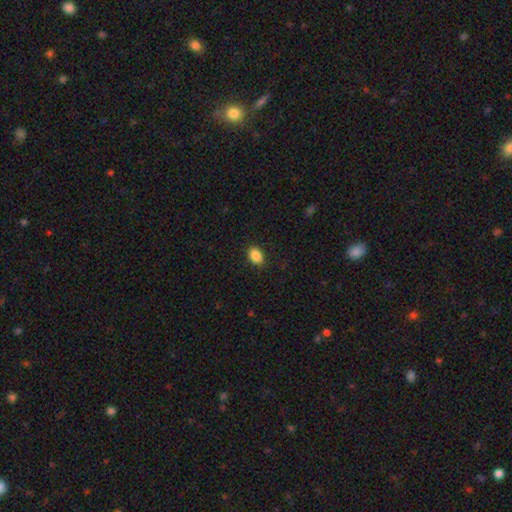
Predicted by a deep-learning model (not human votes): Overall: smooth (88%). How rounded: in between (82%). Merging: none (88%).